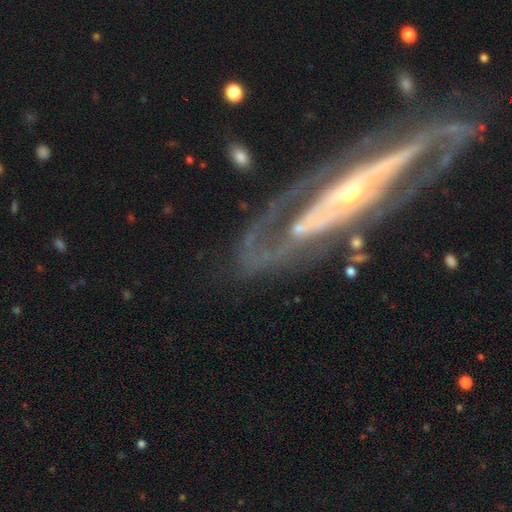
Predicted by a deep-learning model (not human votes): This is clearly a featured or disk galaxy (85%). It is clearly not viewed edge-on (82%). Bar: possibly no (51%). Spiral arm pattern: clearly yes (81%). Spiral arm count: possibly 2 (59%). Spiral winding: marginally tight (43%). Central bulge: likely small (63%). Merging: likely none (62%).